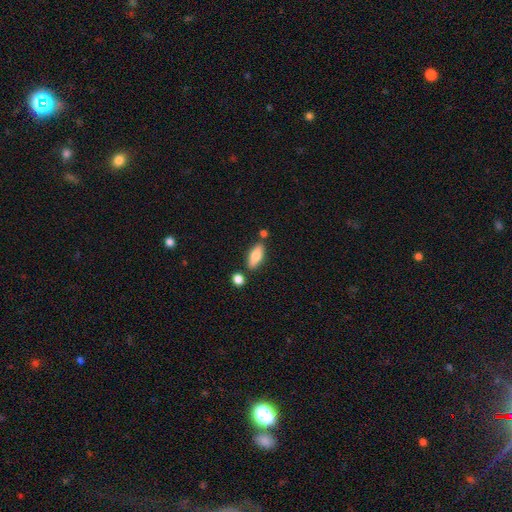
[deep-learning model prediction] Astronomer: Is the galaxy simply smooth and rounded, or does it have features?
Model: smooth — 74%.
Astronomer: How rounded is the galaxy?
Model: in between — 75%.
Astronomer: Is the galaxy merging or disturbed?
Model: none — 77%.